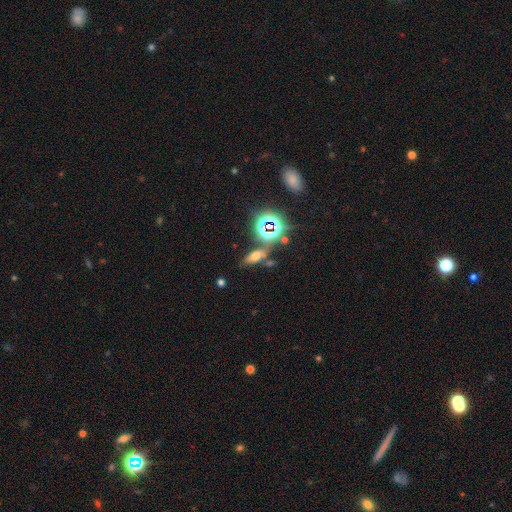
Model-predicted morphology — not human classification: This is possibly a smooth galaxy (50%). Merging: likely none (65%).